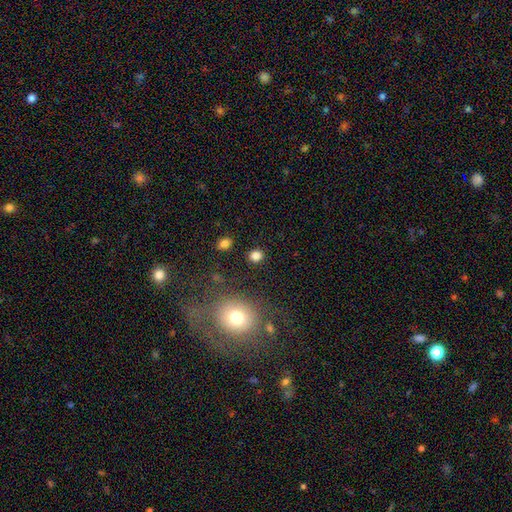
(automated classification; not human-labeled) smooth_or_featured: smooth (p=0.83) [alt: star or artifact p=0.12]
how_rounded: round (p=0.76) [alt: in between p=0.23]
merging: none (p=0.87) [alt: minor disturbance p=0.07]